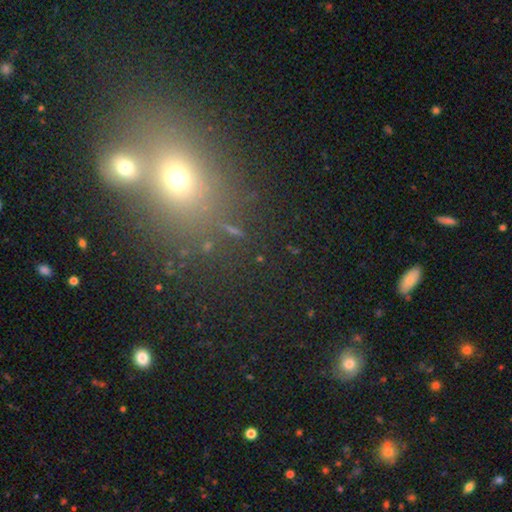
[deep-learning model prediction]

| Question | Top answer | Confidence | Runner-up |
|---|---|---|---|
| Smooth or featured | smooth | 49% | star or artifact (37%) |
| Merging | none | 58% | merger (27%) |